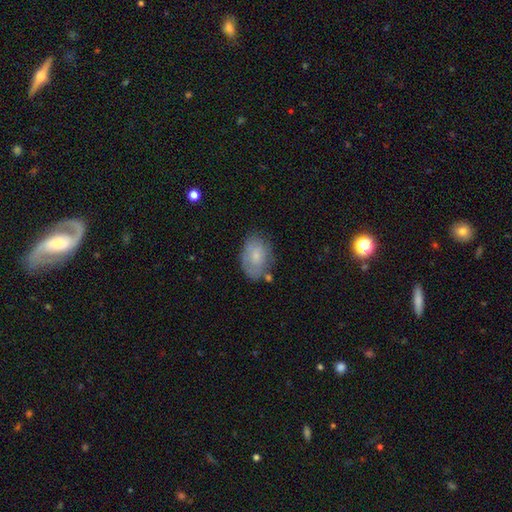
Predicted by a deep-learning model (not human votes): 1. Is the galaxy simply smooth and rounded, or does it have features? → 61% smooth, 31% featured or disk, 7% star or artifact.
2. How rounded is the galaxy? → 85% in between, 14% round, 1% cigar-shaped.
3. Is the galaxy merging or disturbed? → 63% none, 25% minor disturbance, 8% major disturbance, 5% merger.